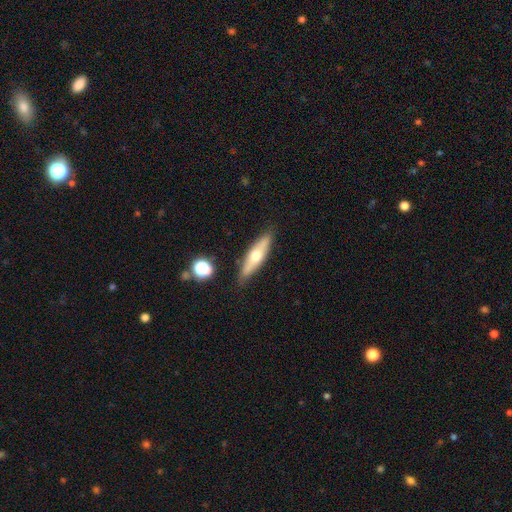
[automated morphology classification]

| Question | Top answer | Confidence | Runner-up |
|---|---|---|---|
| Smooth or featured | smooth | 48% | featured or disk (45%) |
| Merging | none | 83% | minor disturbance (12%) |